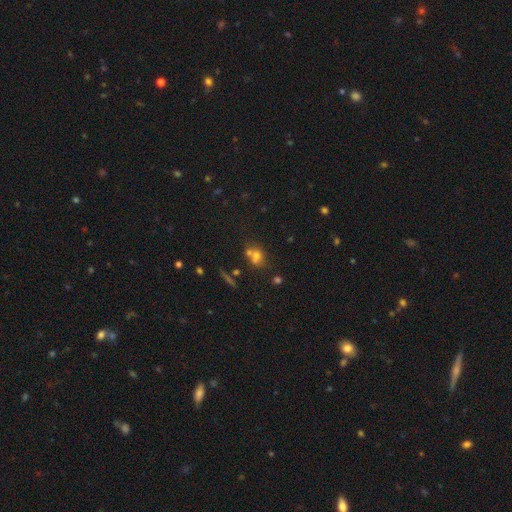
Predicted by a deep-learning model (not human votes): Morphology: type=smooth (62%); roundness=round (60%); merging=merger (43%).